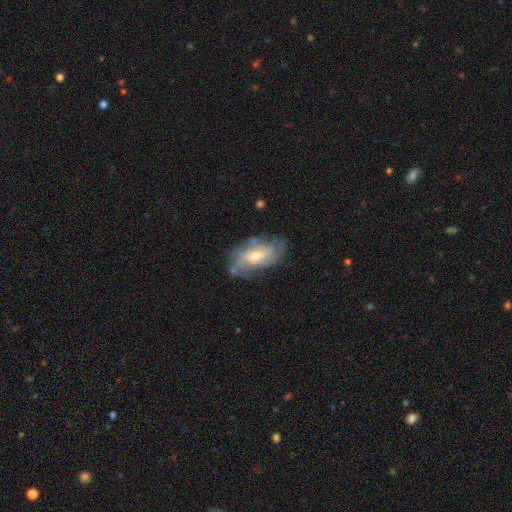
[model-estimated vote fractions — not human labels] A featured or disk galaxy (70%) with no bar (61%), tight (45%) spiral arms (84%) and a moderate central bulge (47%). Merging: none (65%).